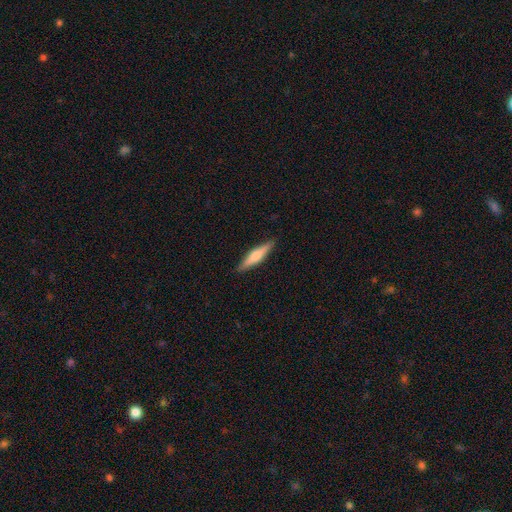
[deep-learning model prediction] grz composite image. It shows a featured or disk galaxy (47%, tied with smooth). Merging: none (90%).